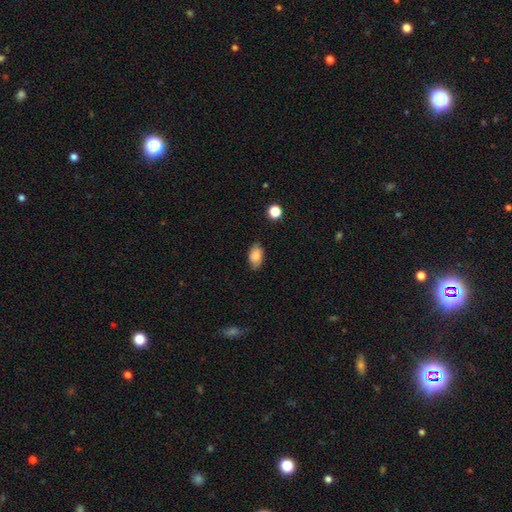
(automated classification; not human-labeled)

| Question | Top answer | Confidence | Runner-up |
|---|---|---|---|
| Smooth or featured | smooth | 83% | featured or disk (9%) |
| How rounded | in between | 92% | round (6%) |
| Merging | none | 79% | minor disturbance (16%) |